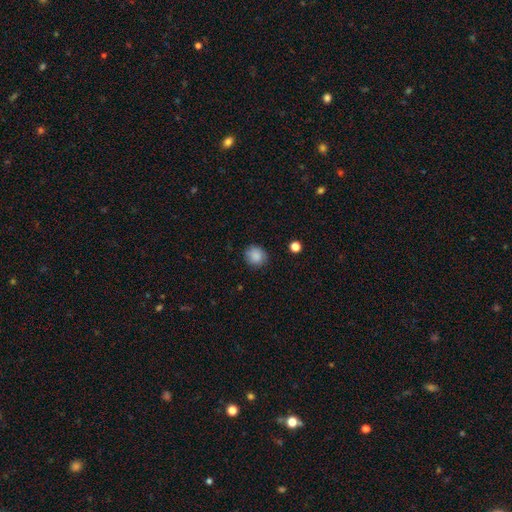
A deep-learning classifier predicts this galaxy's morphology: This is clearly a smooth galaxy (87%). How rounded: clearly round (85%). Merging: clearly none (83%).